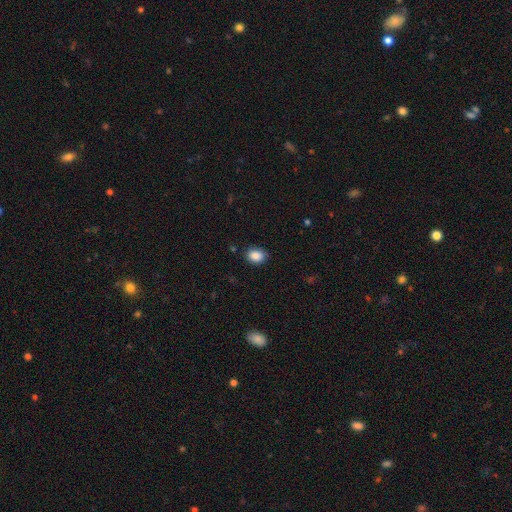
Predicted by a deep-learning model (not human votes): smooth-or-featured: smooth: 88% | star or artifact: 8% | featured or disk: 4%
  how-rounded: in between: 61% | round: 38% | cigar-shaped: 1%
  merging: none: 84% | minor disturbance: 12% | major disturbance: 3% | merger: 1%